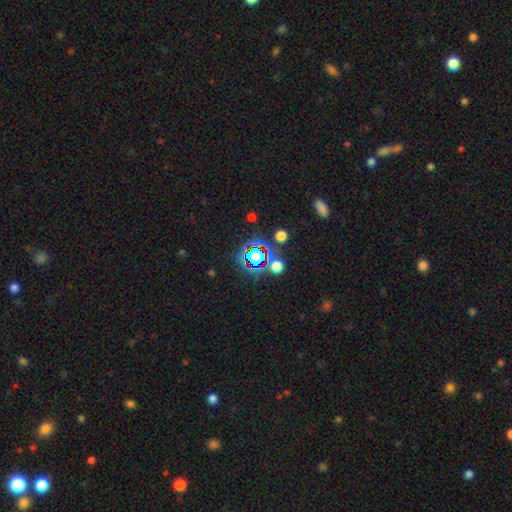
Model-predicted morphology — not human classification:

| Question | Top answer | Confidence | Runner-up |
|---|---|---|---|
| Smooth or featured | star or artifact | 60% | smooth (28%) |